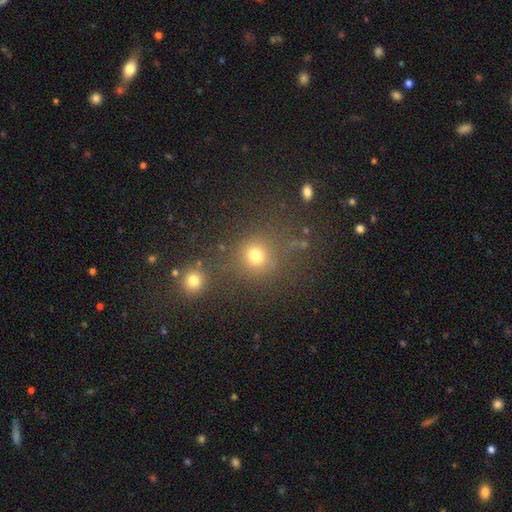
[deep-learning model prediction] A smooth galaxy with no disk features (71%) that is round (87%). Merging: none (71%).